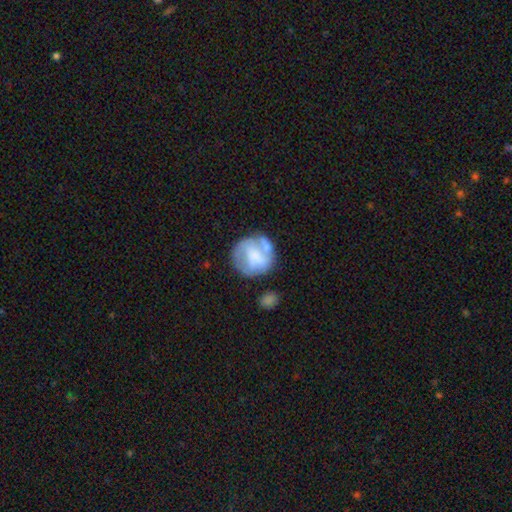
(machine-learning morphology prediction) type=smooth (48%); merging=none (48%).